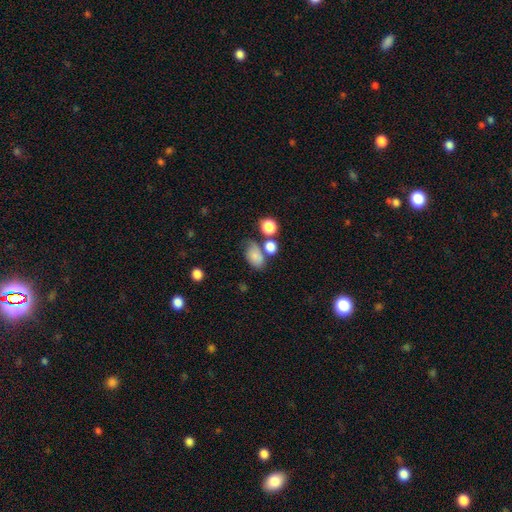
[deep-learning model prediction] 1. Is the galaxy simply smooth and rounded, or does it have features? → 76% smooth, 12% featured or disk, 11% star or artifact.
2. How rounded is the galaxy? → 83% in between, 15% round, 2% cigar-shaped.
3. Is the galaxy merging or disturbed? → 49% none, 22% minor disturbance, 20% merger, 10% major disturbance.